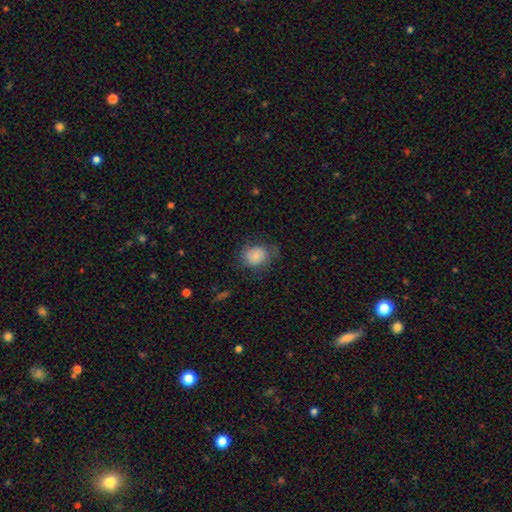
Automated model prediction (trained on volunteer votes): The model was most divided on "how rounded": round: 56%, in between: 43%, cigar-shaped: 1%. More confident: smooth or featured — smooth (81%); merging — none (59%).